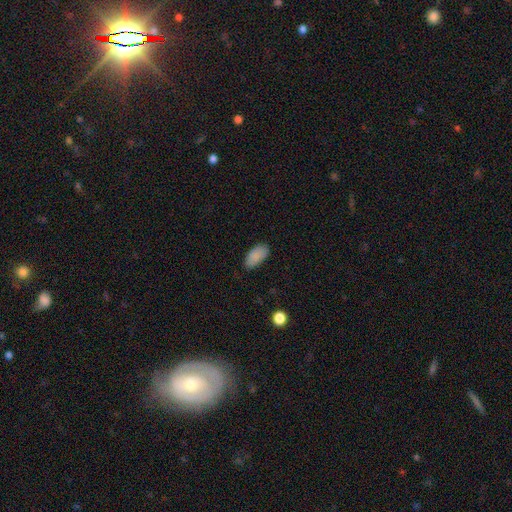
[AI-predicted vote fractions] Smooth or featured?
  - smooth: 88% *
  - star or artifact: 7%
  - featured or disk: 5%
How rounded?
  - in between: 94% *
  - cigar-shaped: 3%
  - round: 3%
Merging?
  - none: 79% *
  - minor disturbance: 17%
  - major disturbance: 3%
  - merger: 1%